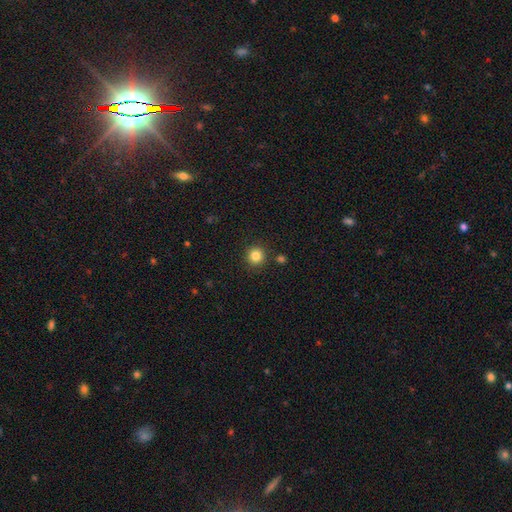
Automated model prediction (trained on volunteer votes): smooth_or_featured: smooth (p=0.84) [alt: star or artifact p=0.11]
how_rounded: round (p=0.93) [alt: in between p=0.06]
merging: none (p=0.88) [alt: minor disturbance p=0.06]